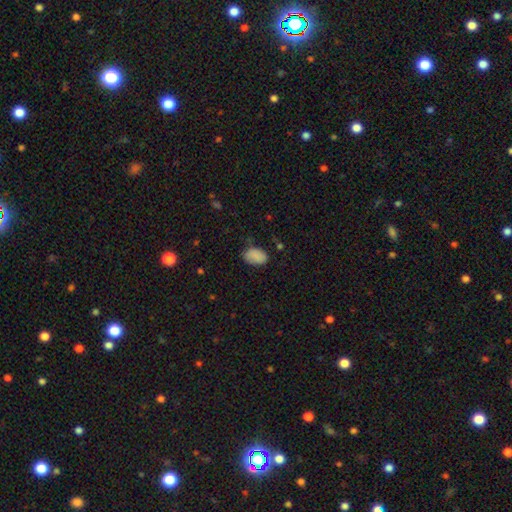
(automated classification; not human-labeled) Smooth or featured? Predicted: smooth (p=0.87). How rounded? Predicted: in between (p=0.89). Merging? Predicted: none (p=0.74).